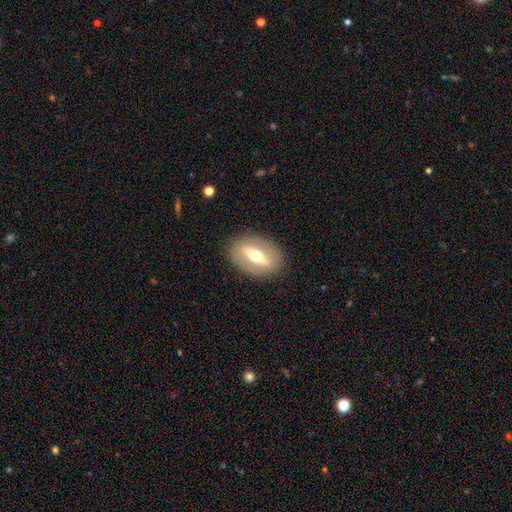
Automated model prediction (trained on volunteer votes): Overall: featured or disk (57%; smooth 37%). Edge-on disk: no (71%). Merging: none (86%).